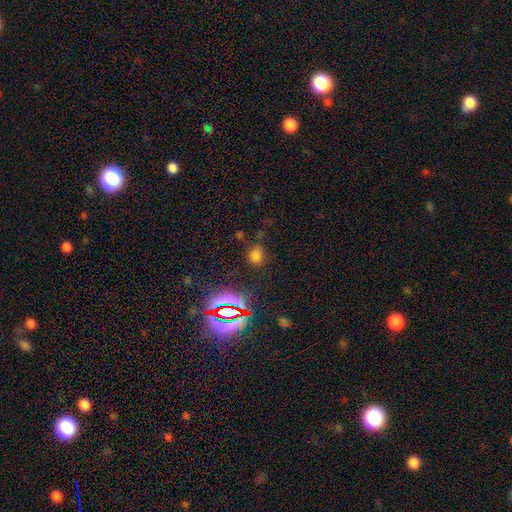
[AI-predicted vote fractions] Smooth or featured: smooth — 63% (star or artifact — 31%)
How rounded: round — 56% (in between — 42%)
Merging: none — 71% (minor disturbance — 17%)